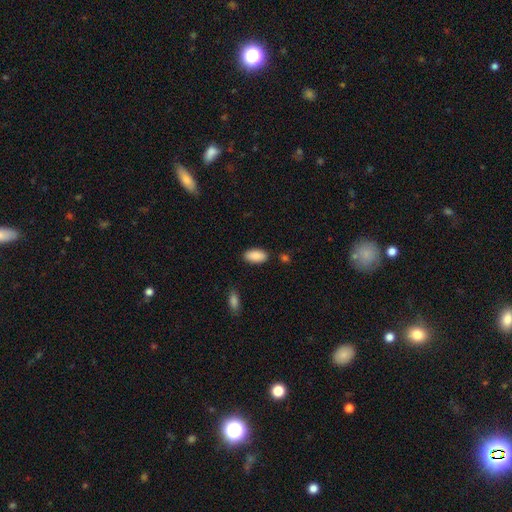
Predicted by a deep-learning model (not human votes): Smooth or featured?
  - smooth: 90% *
  - star or artifact: 6%
  - featured or disk: 4%
How rounded?
  - in between: 93% *
  - cigar-shaped: 5%
  - round: 2%
Merging?
  - none: 86% *
  - minor disturbance: 9%
  - merger: 3%
  - major disturbance: 2%